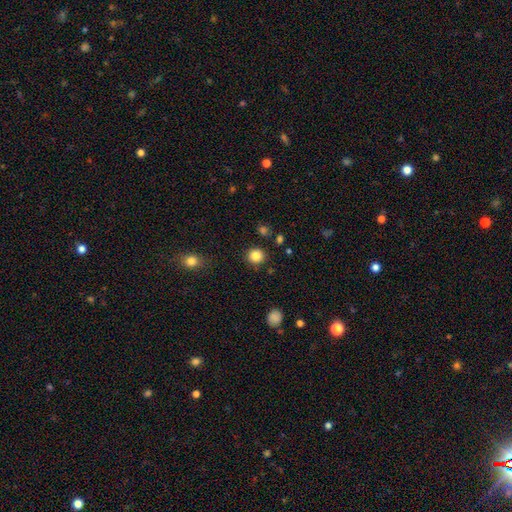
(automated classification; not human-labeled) This is clearly a smooth galaxy (85%). How rounded: clearly round (90%). Merging: clearly none (89%).